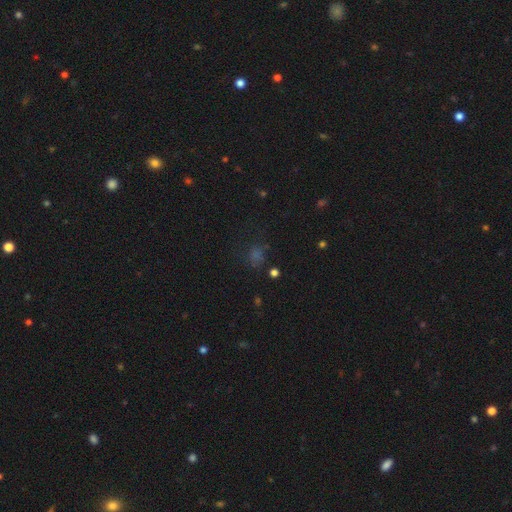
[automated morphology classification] This is possibly a smooth galaxy (54%). How rounded: likely round (64%). Merging: likely none (66%).